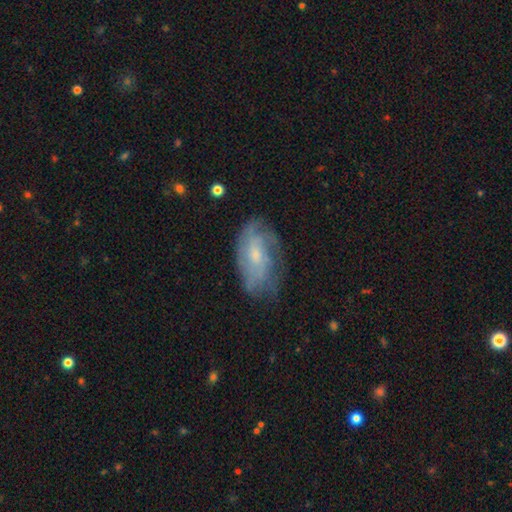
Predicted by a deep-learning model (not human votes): A featured or disk galaxy (63%) with no bar (66%), spiral arms (78%) and a small central bulge (50%).

Vote fractions:
- Smooth or featured? featured or disk: 63% / smooth: 30% / star or artifact: 7%
- Edge-on disk? no: 94% / yes: 6%
- Bar? no: 66% / weak: 29% / strong: 5%
- Spiral arms? yes: 78% / no: 22%
- Bulge size? small: 50% / moderate: 40% / none: 6% / large: 3% / dominant: 1%
- Merging? none: 63% / minor disturbance: 25% / major disturbance: 10% / merger: 1%